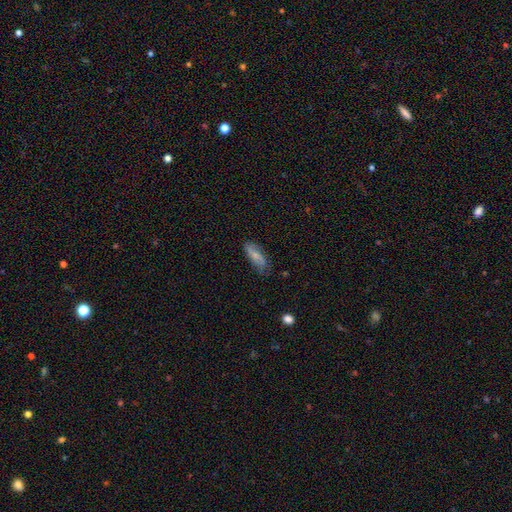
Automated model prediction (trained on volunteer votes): Morphology: type=smooth (58%); roundness=in between (72%); merging=none (71%).